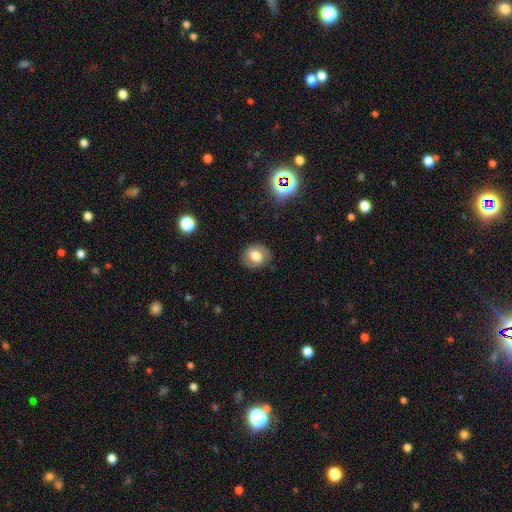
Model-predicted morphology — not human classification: A smooth galaxy with no disk features (58%) that is round (61%). Merging: none (80%).